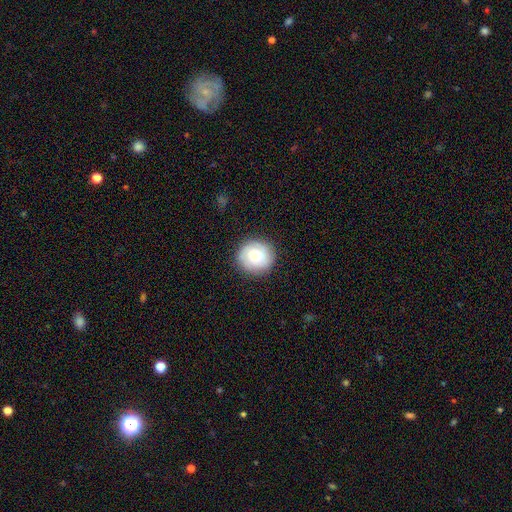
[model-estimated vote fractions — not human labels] Overall: smooth (78%). How rounded: round (90%). Merging: none (87%).